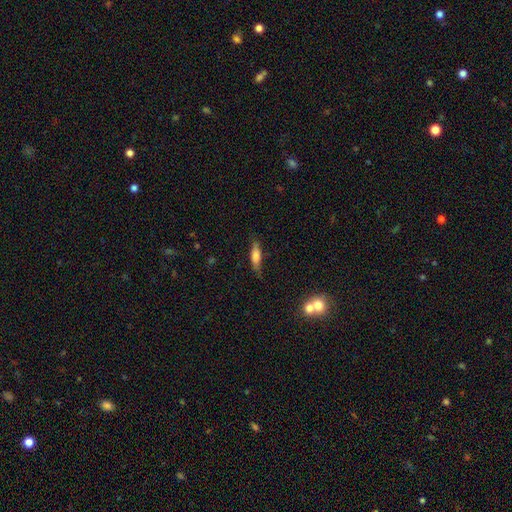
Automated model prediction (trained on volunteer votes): Q: Smooth or featured?
A: smooth (68%); runner-up: featured or disk (24%)
Q: How rounded?
A: cigar-shaped (57%); runner-up: in between (40%)
Q: Merging?
A: none (71%); runner-up: minor disturbance (21%)